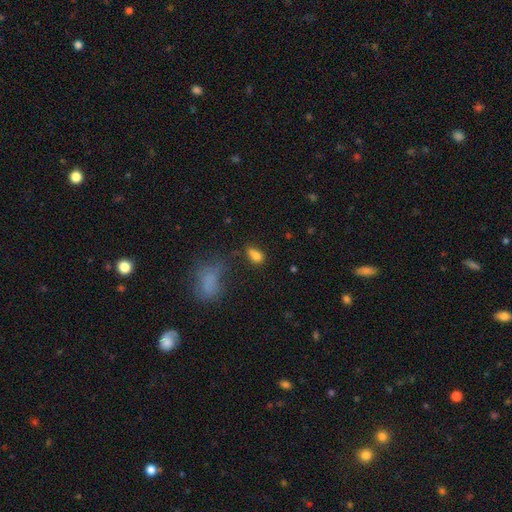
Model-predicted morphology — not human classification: Smooth or featured: smooth — 78% (star or artifact — 13%)
How rounded: in between — 76% (round — 21%)
Merging: none — 48% (minor disturbance — 22%)